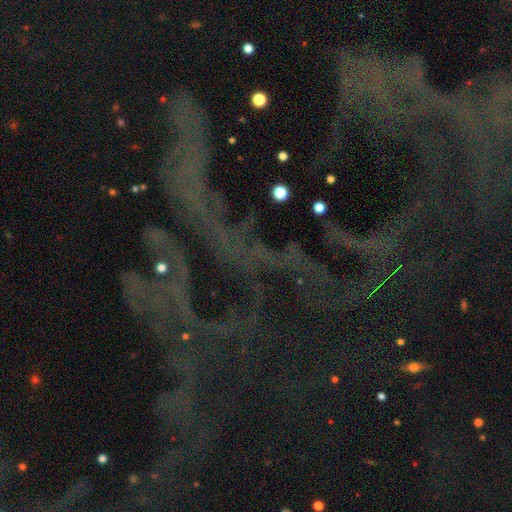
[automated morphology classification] Smooth or featured?
  - star or artifact: 81% *
  - featured or disk: 11%
  - smooth: 8%